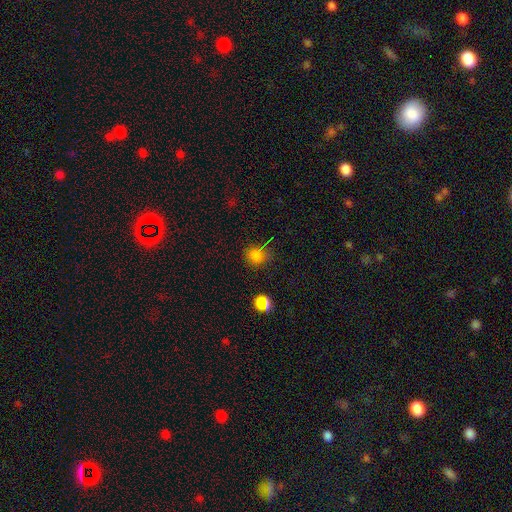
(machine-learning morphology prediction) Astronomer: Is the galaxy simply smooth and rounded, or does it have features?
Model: smooth — 75%.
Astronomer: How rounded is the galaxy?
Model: round — 74%.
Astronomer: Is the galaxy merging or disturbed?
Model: none — 73%.